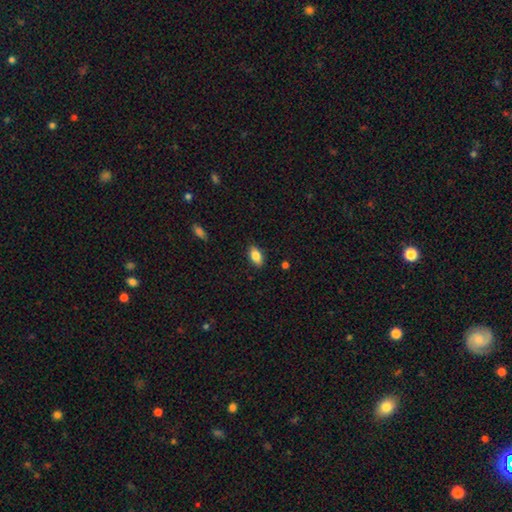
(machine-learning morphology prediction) smooth_or_featured: smooth (p=0.84) [alt: featured or disk p=0.08]
how_rounded: in between (p=0.90) [alt: cigar-shaped p=0.06]
merging: none (p=0.86) [alt: minor disturbance p=0.10]